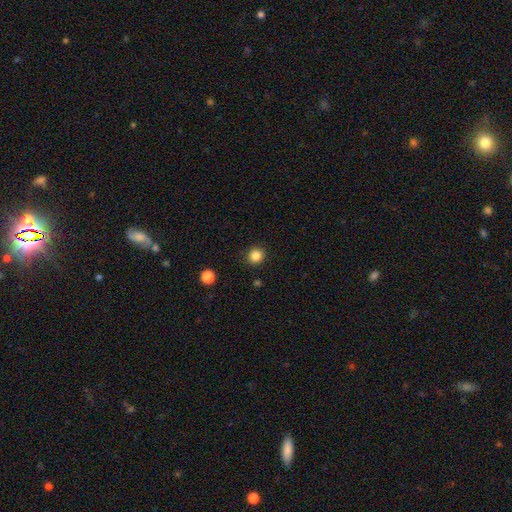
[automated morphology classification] This appears to be a smooth galaxy with no disk features (85%) that is round (88%). Merging: none (91%).